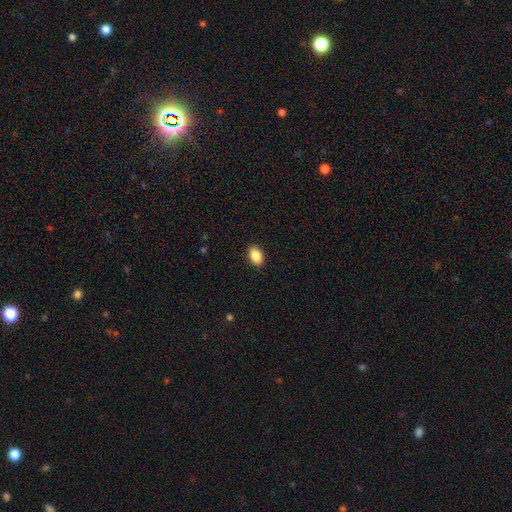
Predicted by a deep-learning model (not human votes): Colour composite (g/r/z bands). It shows a smooth galaxy with no disk features (88%) that is in between round and cigar-shaped (89%). Merging: none (90%).